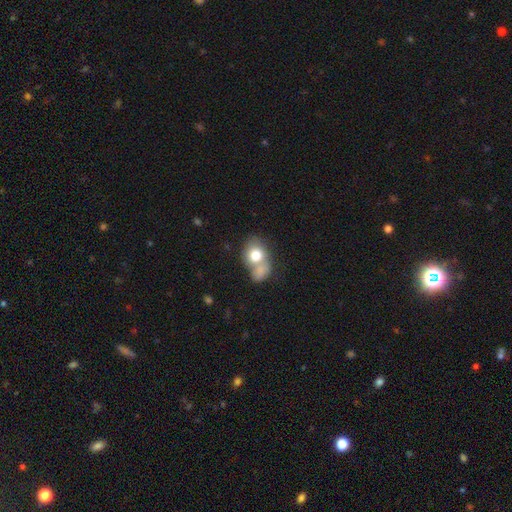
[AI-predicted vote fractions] smooth-or-featured: smooth: 73% | featured or disk: 18% | star or artifact: 9%
  how-rounded: in between: 53% | round: 46% | cigar-shaped: 1%
  merging: merger: 48% | none: 32% | minor disturbance: 13% | major disturbance: 8%